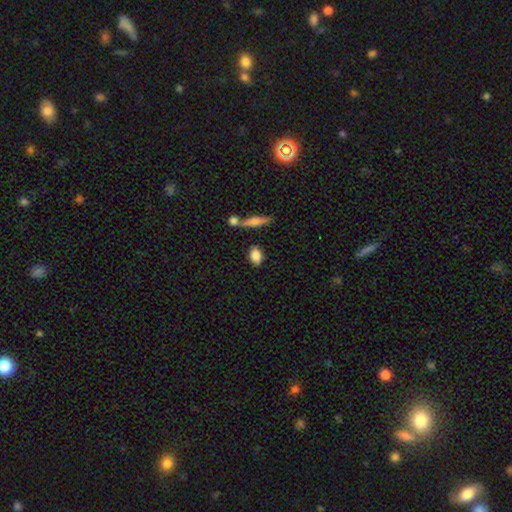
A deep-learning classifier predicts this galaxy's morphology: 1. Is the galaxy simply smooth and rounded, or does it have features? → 84% smooth, 8% featured or disk, 7% star or artifact.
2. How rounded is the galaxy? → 80% in between, 15% round, 5% cigar-shaped.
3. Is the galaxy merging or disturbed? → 77% none, 12% minor disturbance, 8% merger, 3% major disturbance.